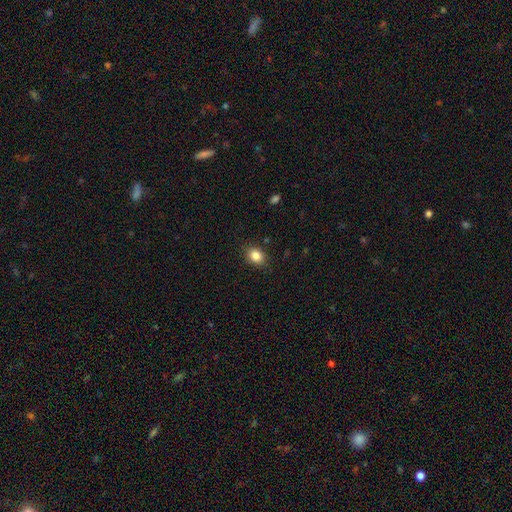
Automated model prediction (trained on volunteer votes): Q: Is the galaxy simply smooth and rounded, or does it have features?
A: smooth — 86%.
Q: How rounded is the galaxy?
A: in between — 56%.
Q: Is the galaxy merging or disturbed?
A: none — 86%.